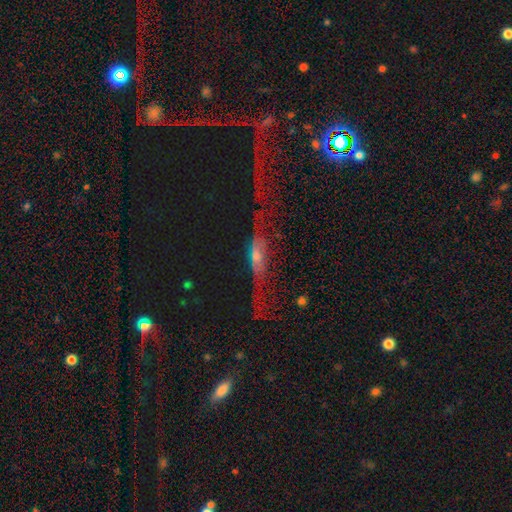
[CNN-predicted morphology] A featured or disk galaxy (44%). Merging: none (46%).